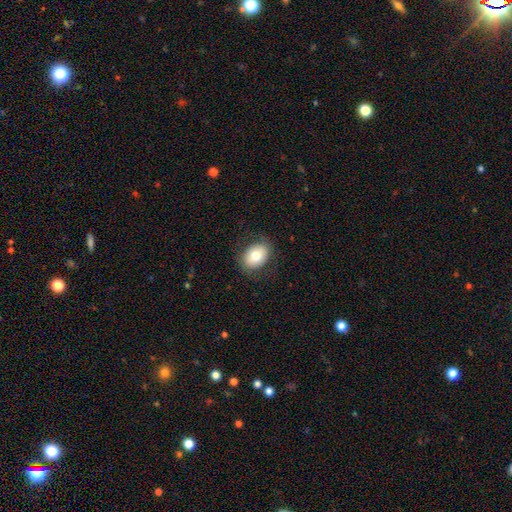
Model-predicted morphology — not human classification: smooth_or_featured: smooth (p=0.76) [alt: featured or disk p=0.16]
how_rounded: in between (p=0.68) [alt: round p=0.31]
merging: none (p=0.82) [alt: minor disturbance p=0.13]